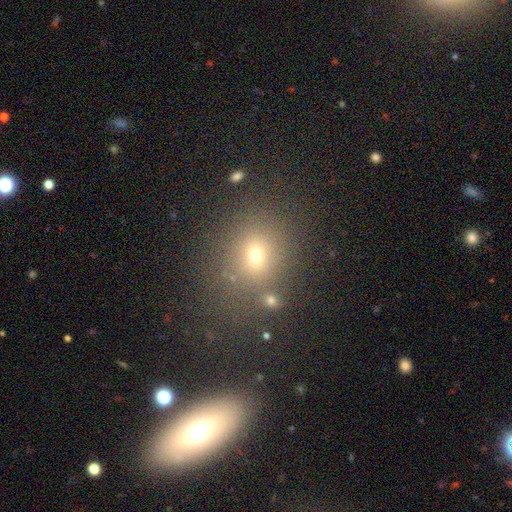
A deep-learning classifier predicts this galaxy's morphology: type=smooth (62%); roundness=round (64%); merging=none (73%).